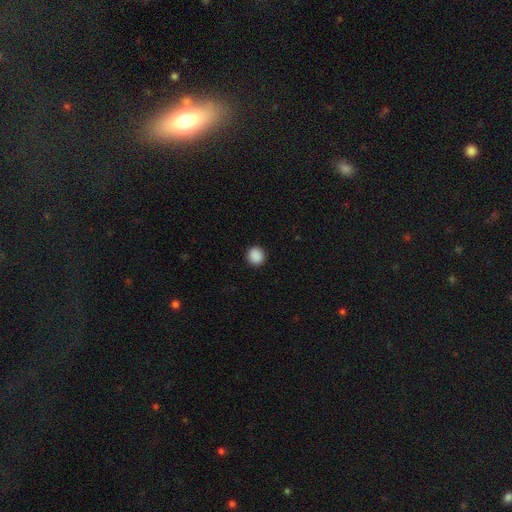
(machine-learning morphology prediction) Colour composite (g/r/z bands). It shows a smooth galaxy with no disk features (89%) that is round (90%). Merging: none (92%).